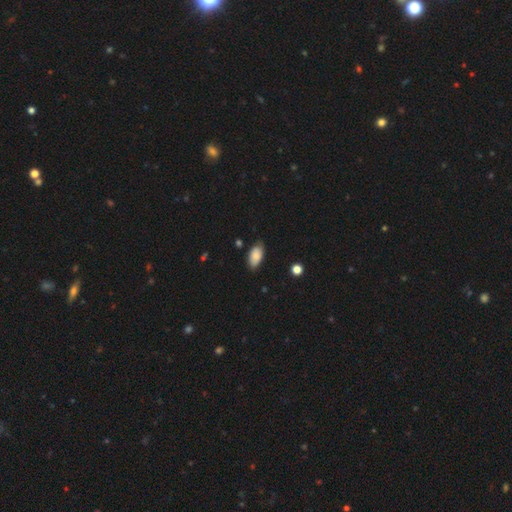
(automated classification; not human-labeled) Morphology: type=smooth (84%); roundness=in between (94%); merging=none (78%).